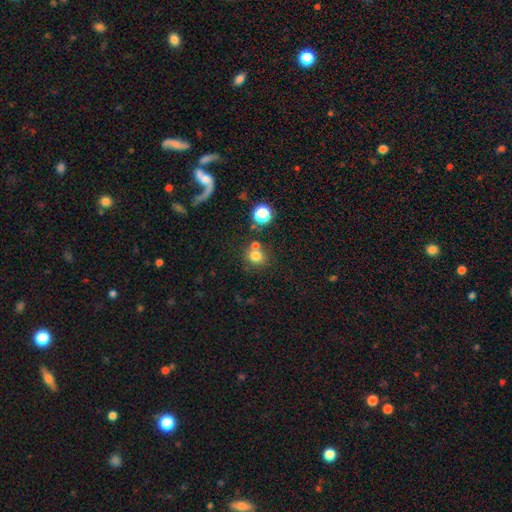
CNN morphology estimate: Q: Smooth or featured?
A: smooth (76%); runner-up: star or artifact (15%)
Q: How rounded?
A: round (85%); runner-up: in between (14%)
Q: Merging?
A: none (62%); runner-up: merger (24%)